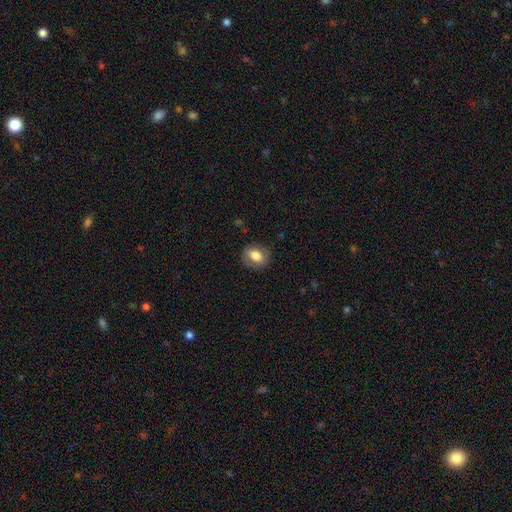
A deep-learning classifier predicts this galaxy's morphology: type=smooth (75%); roundness=in between (50%); merging=none (80%).